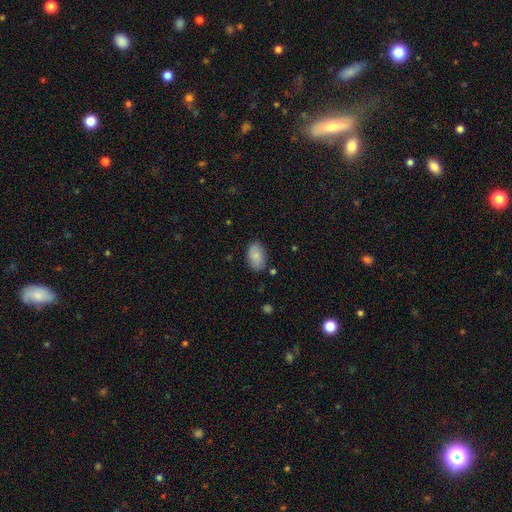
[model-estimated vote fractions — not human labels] This appears to be a smooth galaxy with no disk features (84%) that is in between round and cigar-shaped (92%). Merging: none (81%).